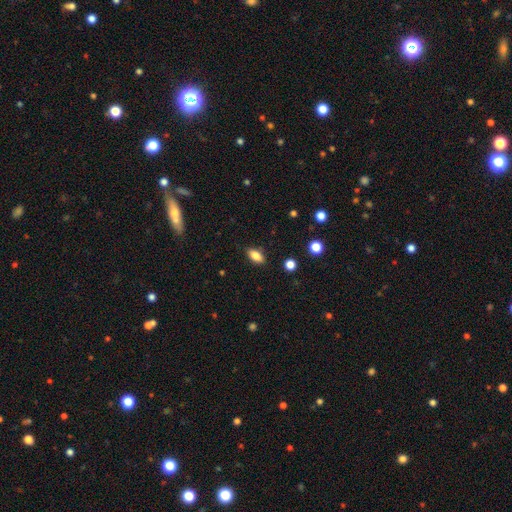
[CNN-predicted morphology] A smooth galaxy with no disk features (84%) that is in between round and cigar-shaped (88%).

Vote fractions:
- Smooth or featured? smooth: 84% / star or artifact: 9% / featured or disk: 8%
- How rounded? in between: 88% / cigar-shaped: 7% / round: 5%
- Merging? none: 88% / minor disturbance: 9% / major disturbance: 2% / merger: 1%